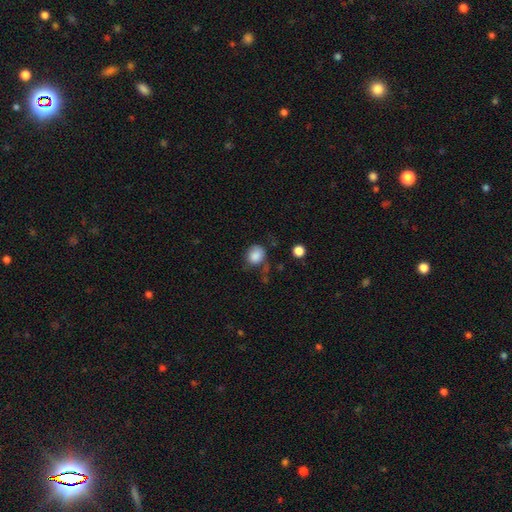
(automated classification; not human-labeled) Smooth or featured?
  - smooth: 85% *
  - star or artifact: 9%
  - featured or disk: 6%
How rounded?
  - round: 61% *
  - in between: 38%
  - cigar-shaped: 1%
Merging?
  - none: 53% *
  - minor disturbance: 28%
  - major disturbance: 14%
  - merger: 5%